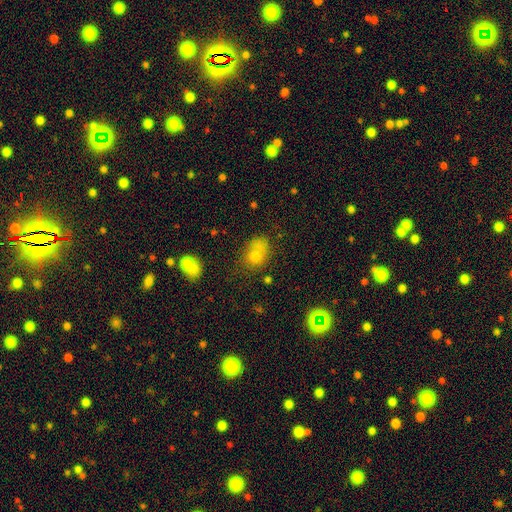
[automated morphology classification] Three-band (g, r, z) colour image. It shows a smooth galaxy with no disk features (70%) that is in between round and cigar-shaped (50%). Merging: none (45%).